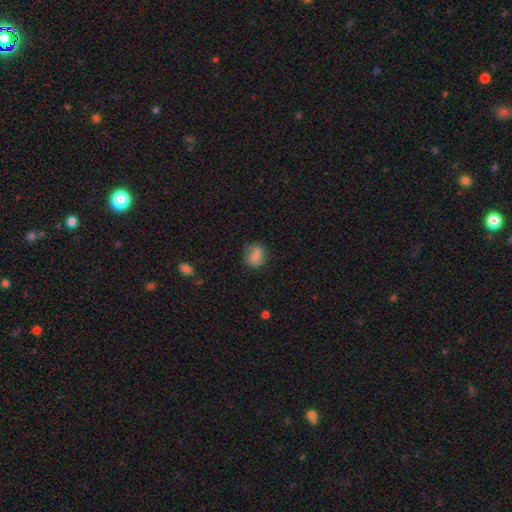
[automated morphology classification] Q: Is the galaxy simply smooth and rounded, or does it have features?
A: smooth — 75%.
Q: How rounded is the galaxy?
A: in between — 50%.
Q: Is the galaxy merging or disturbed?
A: none — 69%.